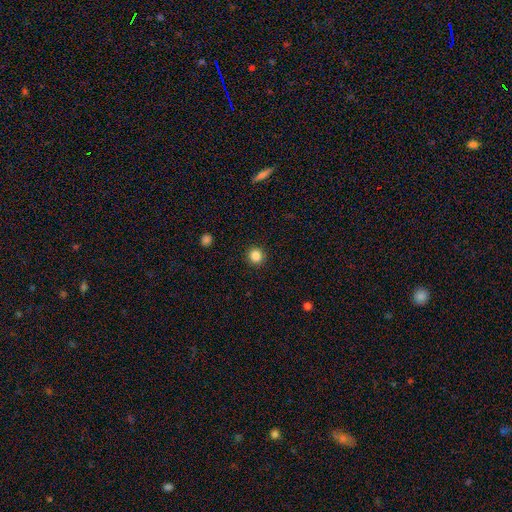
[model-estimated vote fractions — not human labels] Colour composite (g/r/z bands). It shows a smooth galaxy with no disk features (85%) that is round (94%). Merging: none (93%).